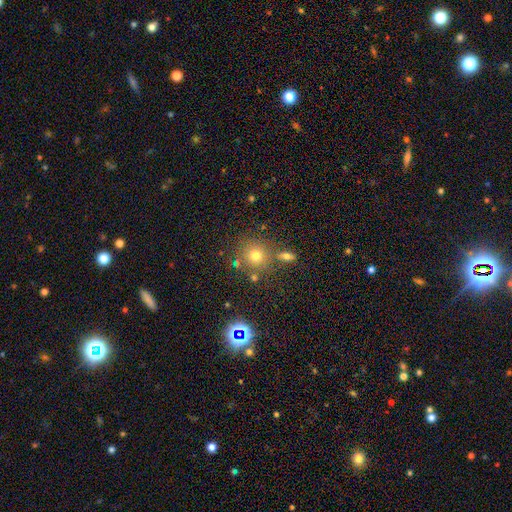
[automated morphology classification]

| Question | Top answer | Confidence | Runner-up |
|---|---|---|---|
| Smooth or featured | smooth | 71% | star or artifact (18%) |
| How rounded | round | 90% | in between (9%) |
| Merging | none | 74% | merger (13%) |